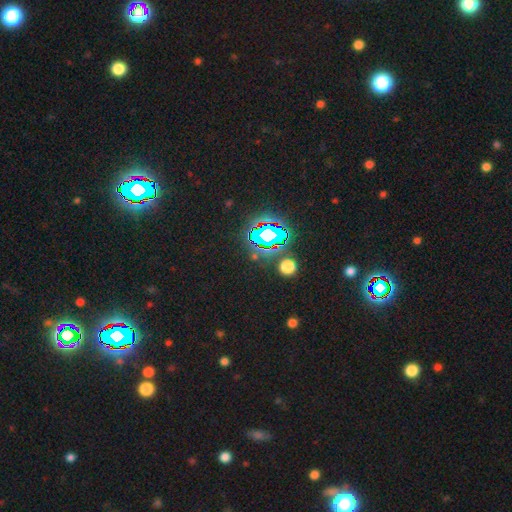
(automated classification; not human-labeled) Smooth or featured?
  - star or artifact: 76% *
  - smooth: 15%
  - featured or disk: 8%